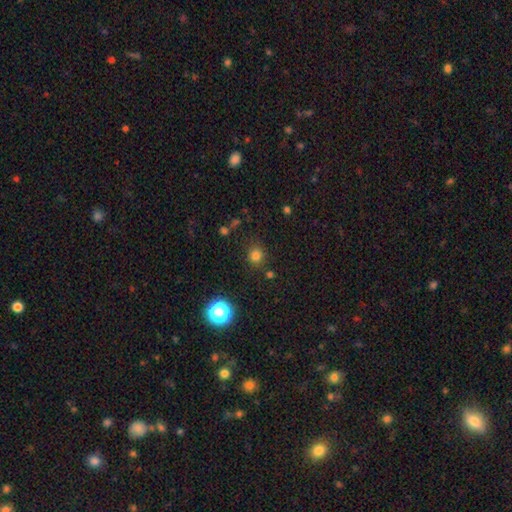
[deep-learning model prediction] This appears to be a smooth galaxy with no disk features (77%) that is round (86%). Merging: none (83%).